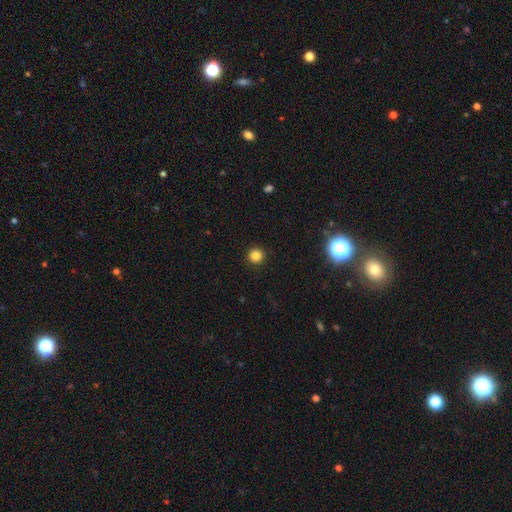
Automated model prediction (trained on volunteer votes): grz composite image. It shows a smooth galaxy with no disk features (84%) that is round (95%). Merging: none (93%).